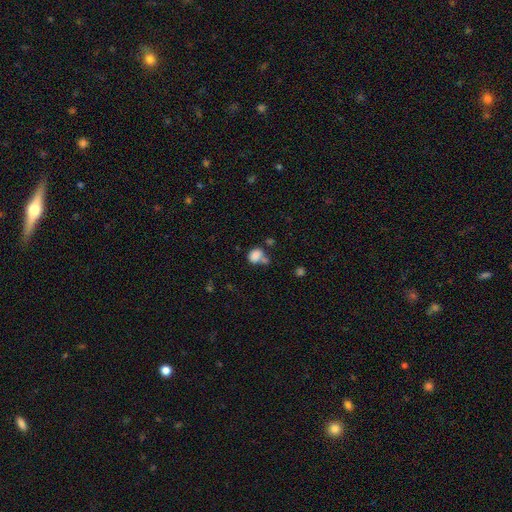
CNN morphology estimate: Q: Smooth or featured?
A: smooth (82%); runner-up: star or artifact (11%)
Q: How rounded?
A: in between (54%); runner-up: round (45%)
Q: Merging?
A: none (40%); runner-up: merger (31%)